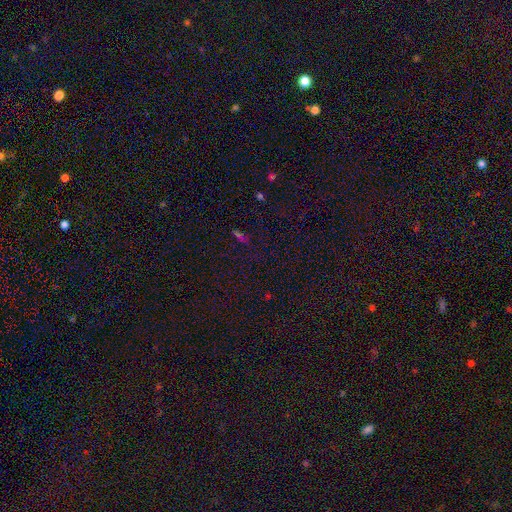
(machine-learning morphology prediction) This is possibly a star or artifact rather than a galaxy (58%).